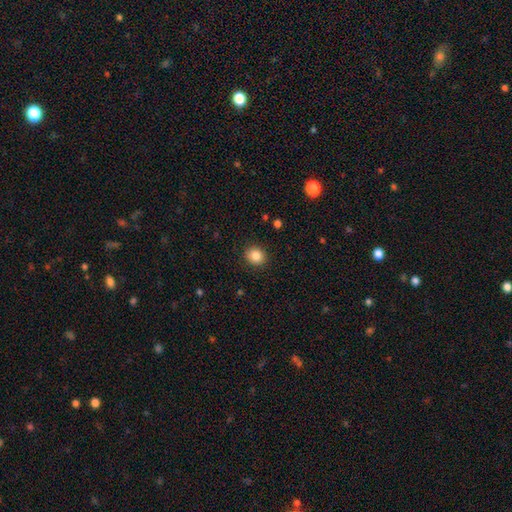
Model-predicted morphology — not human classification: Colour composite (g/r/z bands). It shows a smooth galaxy with no disk features (86%) that is round (75%). Merging: none (90%).